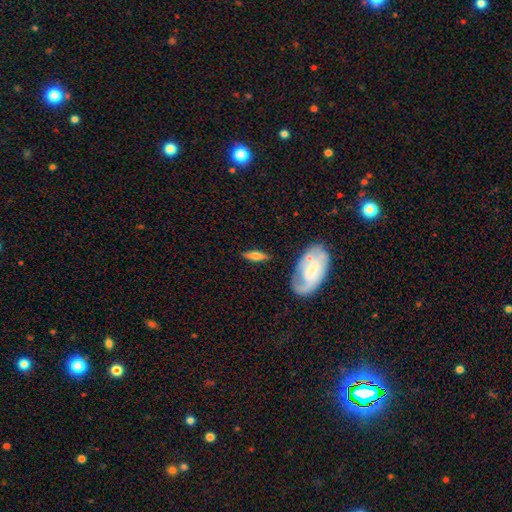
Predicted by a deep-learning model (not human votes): Morphology: type=featured or disk (49%); merging=none (77%).